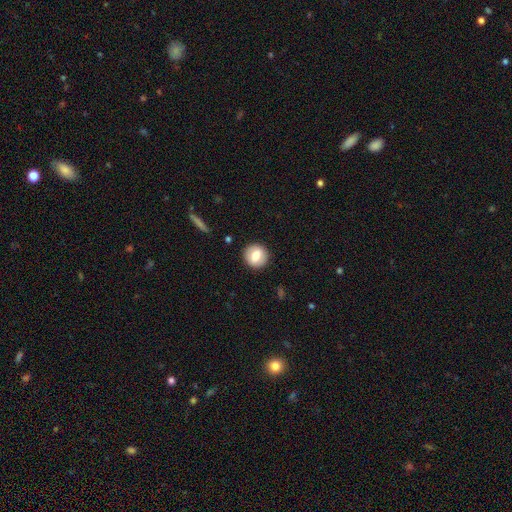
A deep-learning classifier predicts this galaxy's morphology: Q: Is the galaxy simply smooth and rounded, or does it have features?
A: smooth — 71%.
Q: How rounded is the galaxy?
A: round — 87%.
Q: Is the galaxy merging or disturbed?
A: none — 90%.